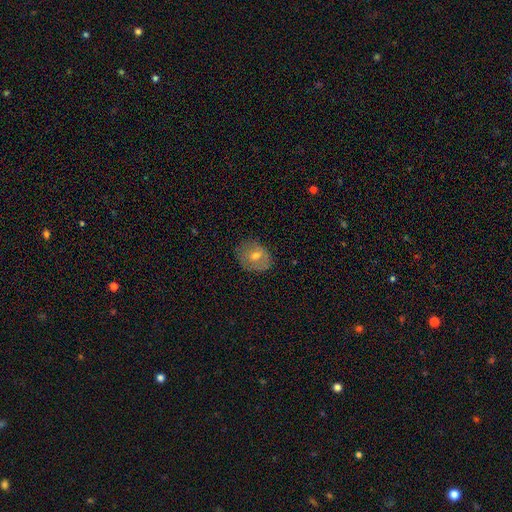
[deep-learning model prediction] Smooth or featured? Predicted: smooth (p=0.53). How rounded? Predicted: round (p=0.59). Merging? Predicted: none (p=0.80).